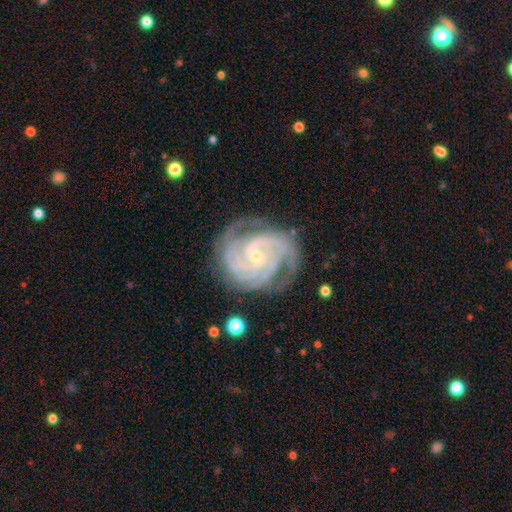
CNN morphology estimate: A featured or disk galaxy (92%) with no bar (61%), 3 (32%) tight (74%) spiral arms (99%) and a small central bulge (84%). Merging: none (76%).